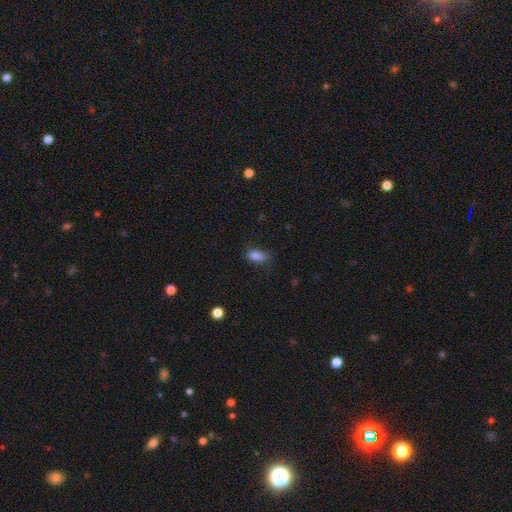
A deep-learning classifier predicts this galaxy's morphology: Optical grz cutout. It shows a smooth galaxy with no disk features (84%) that is in between round and cigar-shaped (86%). Merging: none (57%).